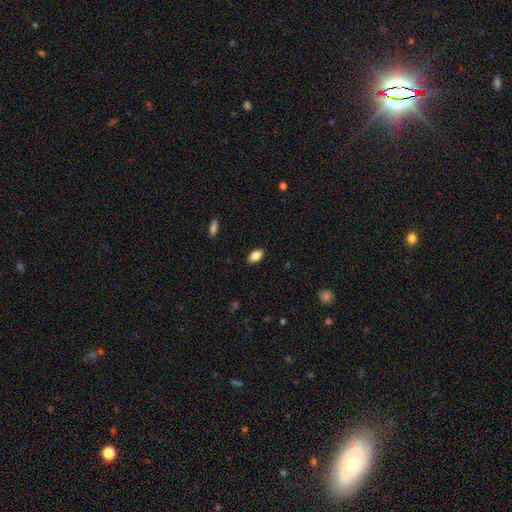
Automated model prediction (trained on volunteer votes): The model was most divided on "smooth or featured": smooth: 85%, featured or disk: 8%, star or artifact: 8%. More confident: how rounded — in between (91%); merging — none (88%).